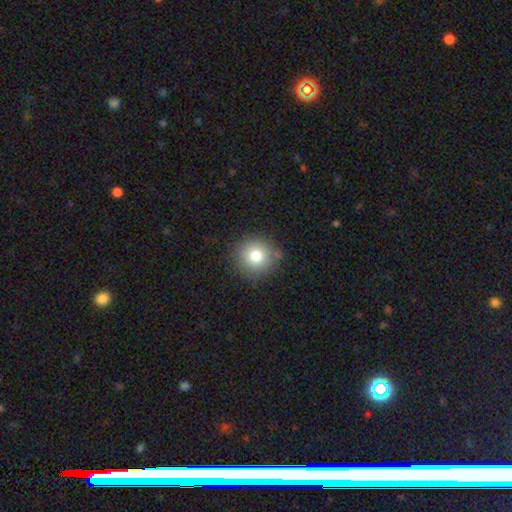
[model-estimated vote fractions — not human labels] The model was most divided on "smooth or featured": smooth: 77%, star or artifact: 12%, featured or disk: 10%. More confident: how rounded — round (93%); merging — none (85%).